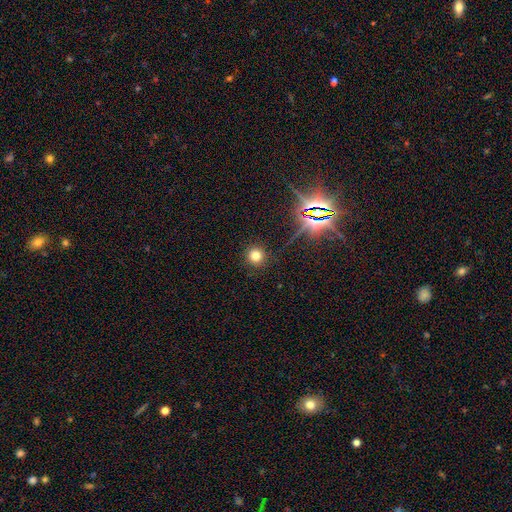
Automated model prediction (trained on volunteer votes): Smooth or featured? Predicted: smooth (p=0.74). How rounded? Predicted: round (p=0.94). Merging? Predicted: none (p=0.91).